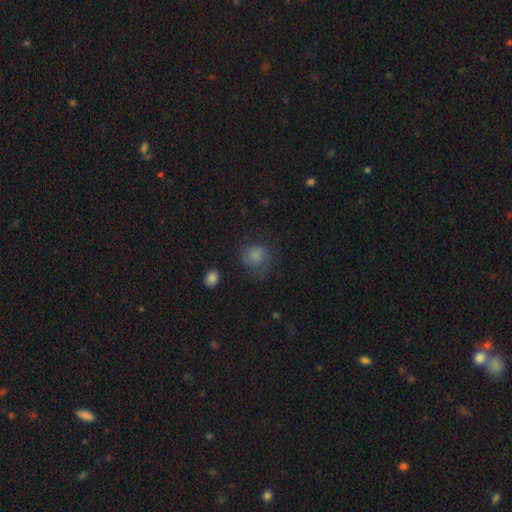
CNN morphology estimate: Smooth or featured?
  - smooth: 76% *
  - featured or disk: 13%
  - star or artifact: 11%
How rounded?
  - round: 78% *
  - in between: 21%
  - cigar-shaped: 1%
Merging?
  - none: 58% *
  - minor disturbance: 24%
  - major disturbance: 16%
  - merger: 2%